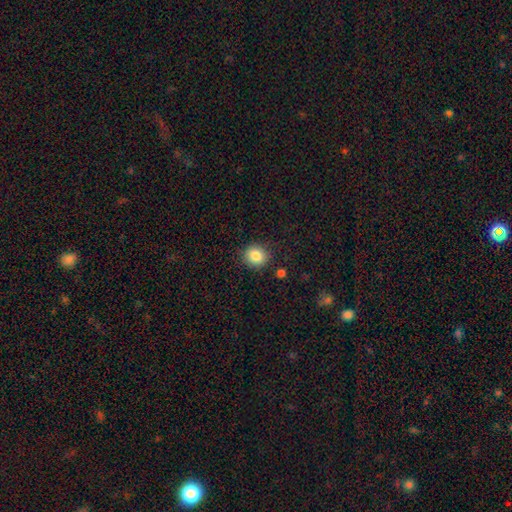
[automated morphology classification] Smooth or featured? smooth (85%)
How rounded? round (79%)
Merging? none (86%)